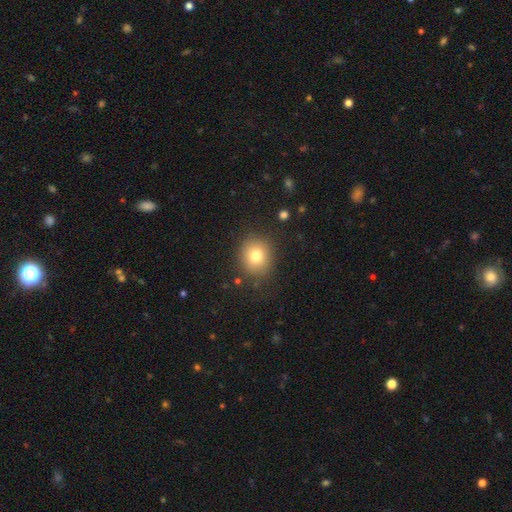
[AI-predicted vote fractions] This appears to be a smooth galaxy with no disk features (78%) that is round (79%). Merging: none (85%).